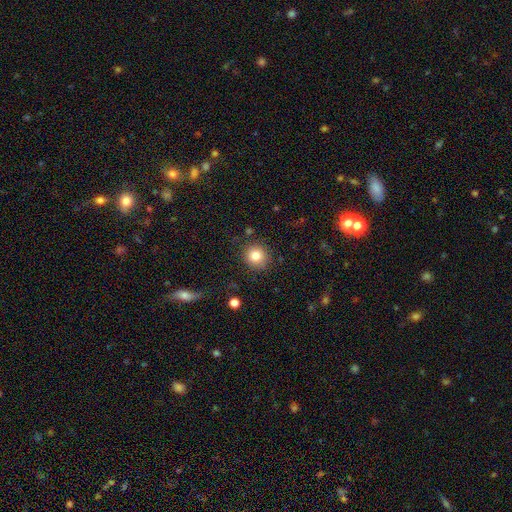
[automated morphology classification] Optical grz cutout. It shows a smooth galaxy with no disk features (83%) that is round (90%). Merging: none (86%).